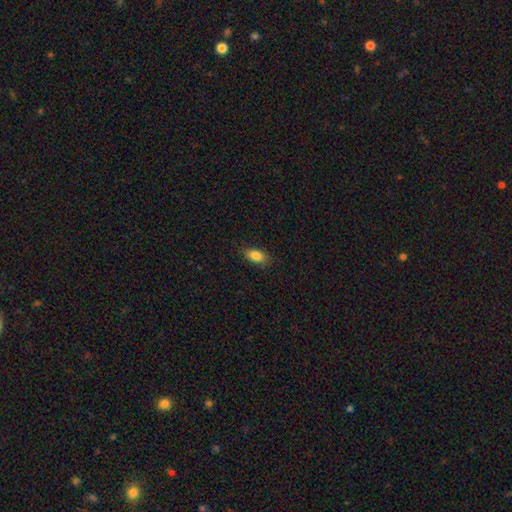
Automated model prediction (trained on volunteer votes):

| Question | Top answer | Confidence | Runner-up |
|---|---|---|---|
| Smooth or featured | smooth | 85% | star or artifact (8%) |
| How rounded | in between | 87% | cigar-shaped (7%) |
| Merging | none | 83% | minor disturbance (13%) |